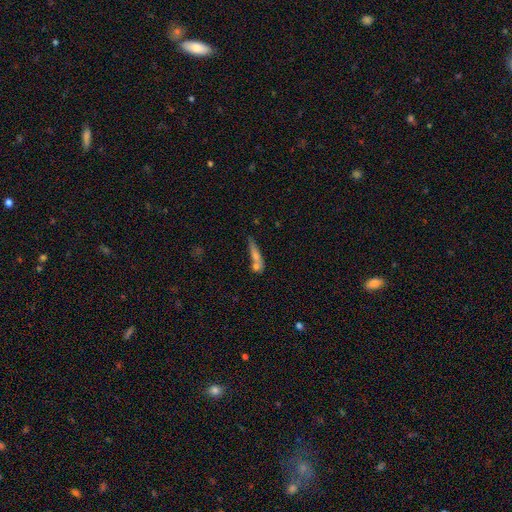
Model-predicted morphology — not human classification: type=smooth (53%); roundness=cigar-shaped (76%); merging=none (45%).